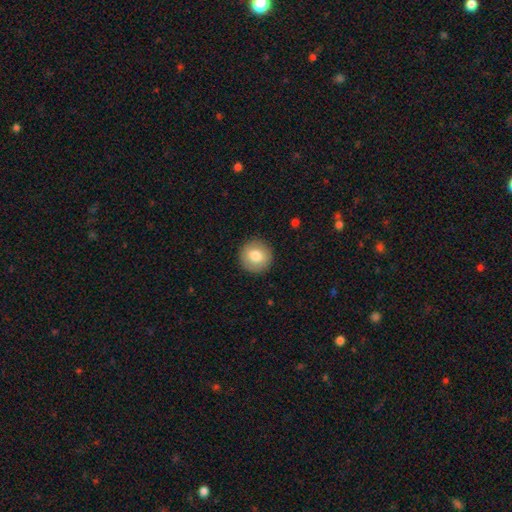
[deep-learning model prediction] Overall: smooth (79%). How rounded: round (95%). Merging: none (91%).